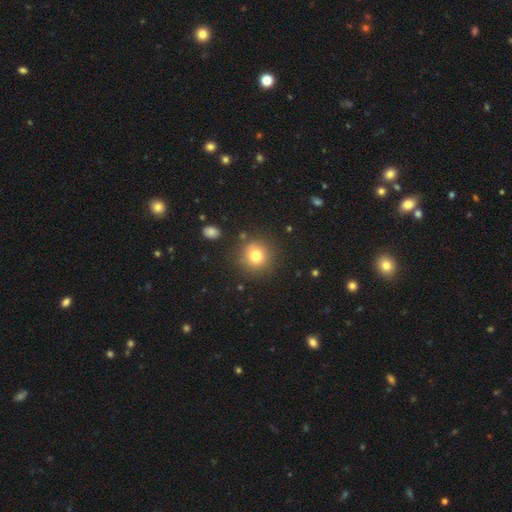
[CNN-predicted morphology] Smooth or featured? Predicted: smooth (p=0.76). How rounded? Predicted: round (p=0.92). Merging? Predicted: none (p=0.83).